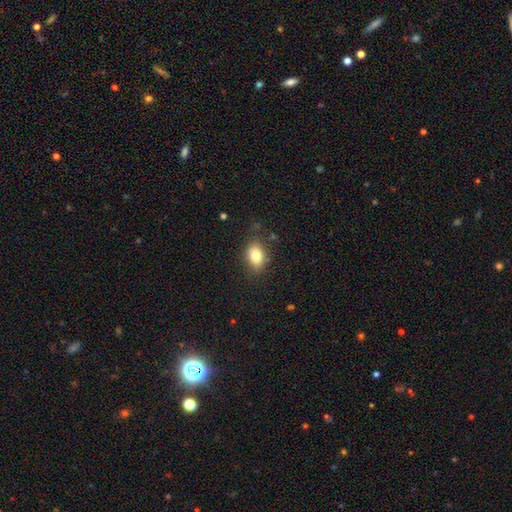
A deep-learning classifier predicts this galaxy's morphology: smooth 81%, featured or disk 10%, star or artifact 9%. Down the decision tree: how rounded — in between (83%); merging — none (81%).